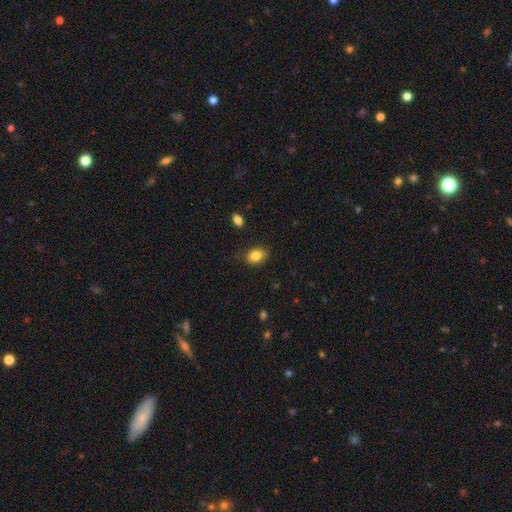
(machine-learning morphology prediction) Smooth or featured? smooth (84%)
How rounded? in between (72%)
Merging? none (82%)